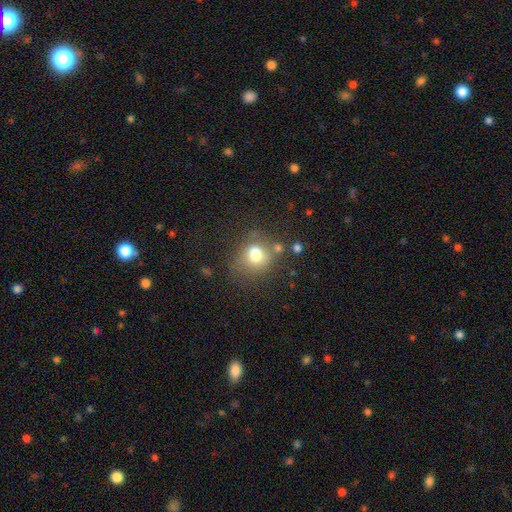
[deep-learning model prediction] The model was most divided on "how rounded": round: 61%, in between: 37%, cigar-shaped: 1%. More confident: smooth or featured — smooth (75%); merging — none (51%).